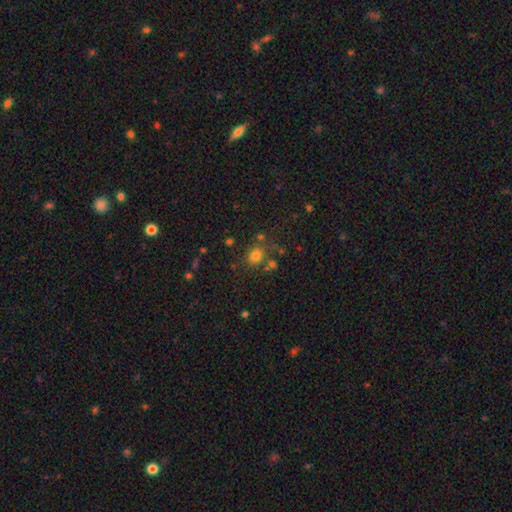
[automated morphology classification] Smooth or featured?
  - smooth: 75% *
  - star or artifact: 18%
  - featured or disk: 8%
How rounded?
  - round: 68% *
  - in between: 31%
  - cigar-shaped: 1%
Merging?
  - none: 70% *
  - minor disturbance: 13%
  - merger: 11%
  - major disturbance: 6%